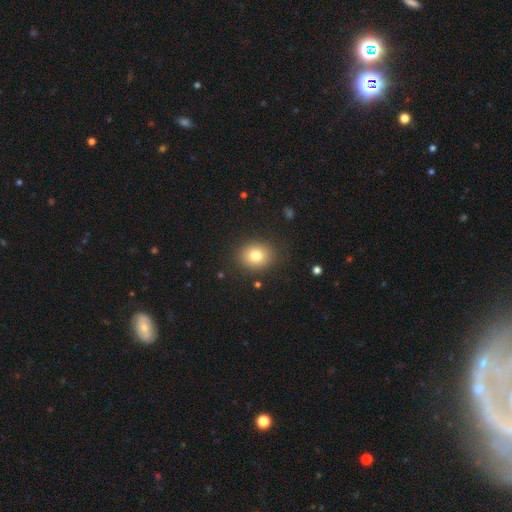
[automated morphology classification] Overall: smooth (79%). How rounded: round (66%; in between 33%). Merging: none (88%).